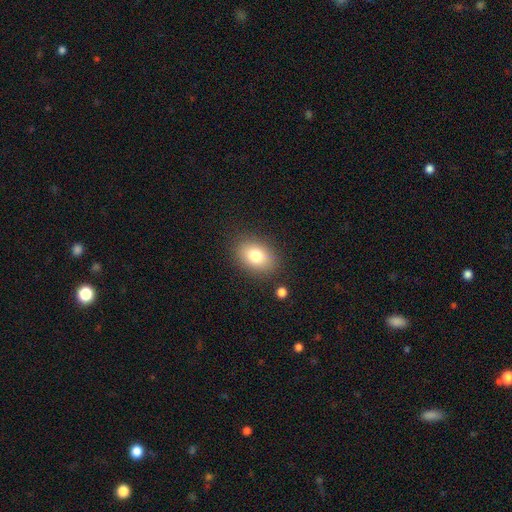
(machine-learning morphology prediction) Smooth or featured? smooth (80%)
How rounded? in between (72%)
Merging? none (84%)